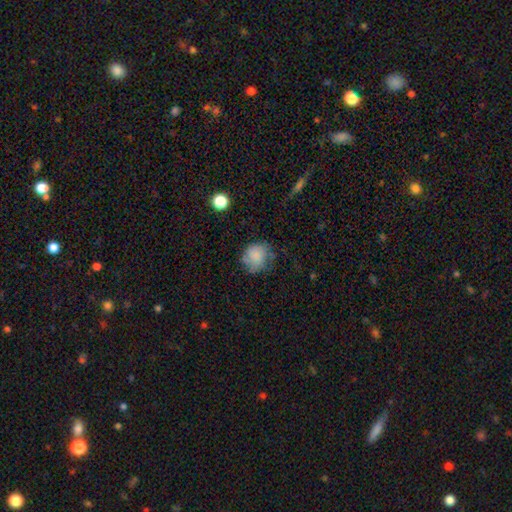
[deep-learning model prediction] Q: Smooth or featured?
A: smooth (76%); runner-up: featured or disk (15%)
Q: How rounded?
A: round (76%); runner-up: in between (23%)
Q: Merging?
A: none (61%); runner-up: minor disturbance (26%)